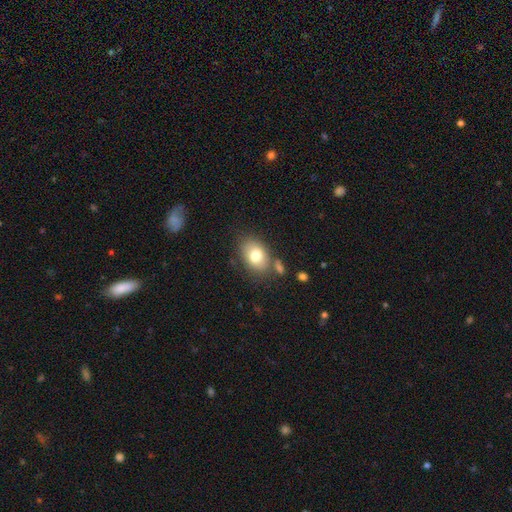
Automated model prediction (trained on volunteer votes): Q: Smooth or featured?
A: smooth (77%); runner-up: featured or disk (14%)
Q: How rounded?
A: in between (80%); runner-up: round (19%)
Q: Merging?
A: none (70%); runner-up: minor disturbance (16%)